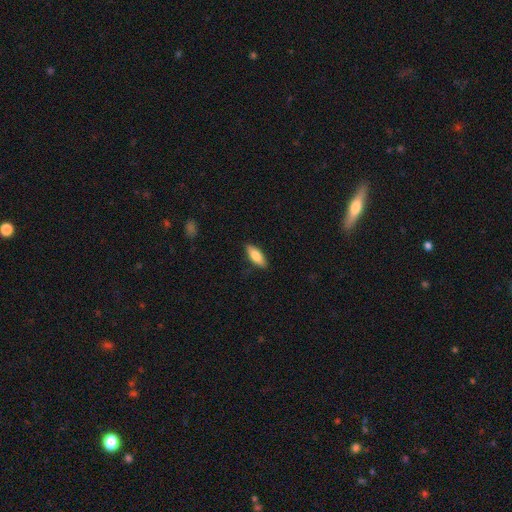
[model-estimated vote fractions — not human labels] This is clearly a smooth galaxy (81%). How rounded: likely in between (70%). Merging: clearly none (86%).